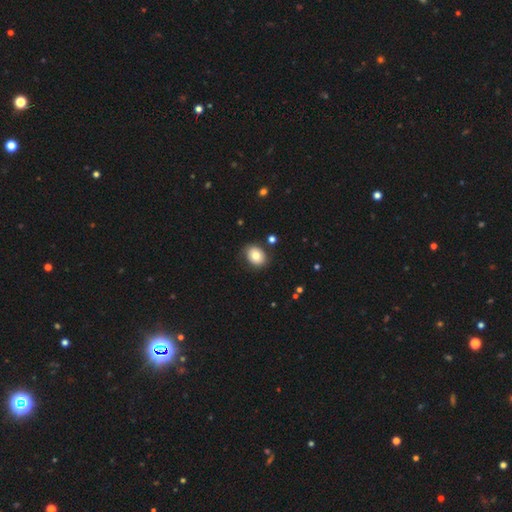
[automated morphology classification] Overall: smooth (79%). How rounded: in between (53%; round 46%). Merging: none (82%).